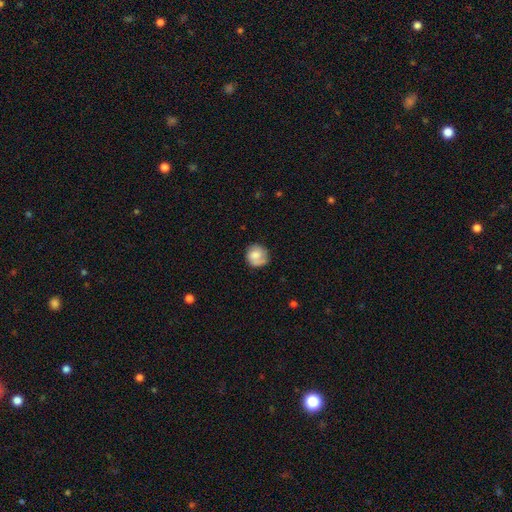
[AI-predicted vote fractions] Overall: smooth (64%; featured or disk 28%). How rounded: round (83%). Merging: none (65%; minor disturbance 25%).